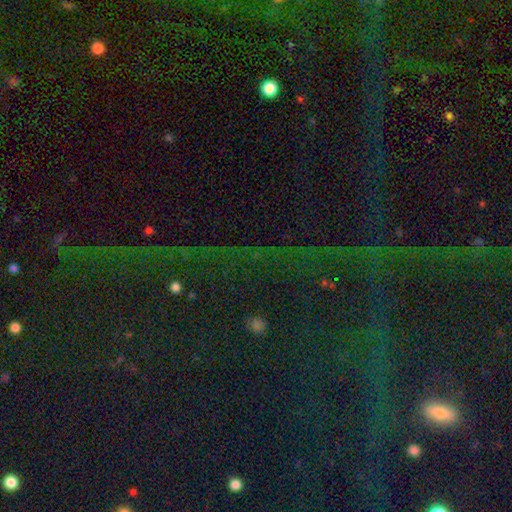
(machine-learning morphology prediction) Overall: star or artifact (79%).